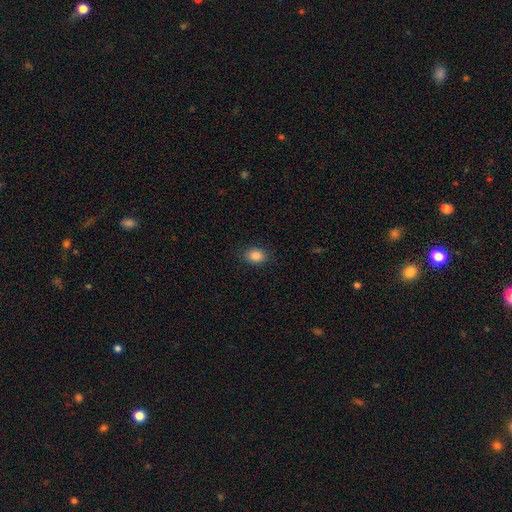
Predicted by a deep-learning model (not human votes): Overall: smooth (87%). How rounded: in between (73%). Merging: none (86%).